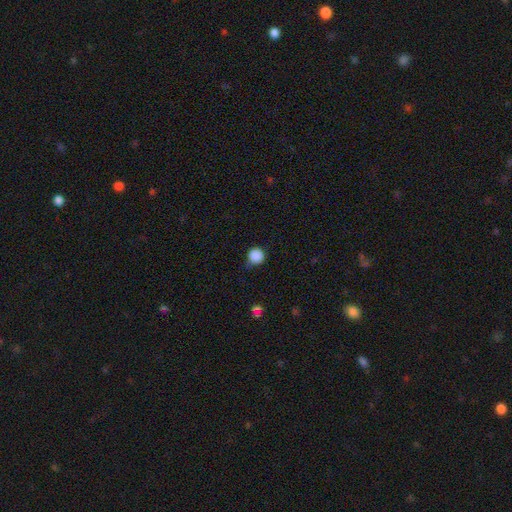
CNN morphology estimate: smooth 87%, star or artifact 10%, featured or disk 3%. Down the decision tree: how rounded — round (94%); merging — none (77%).